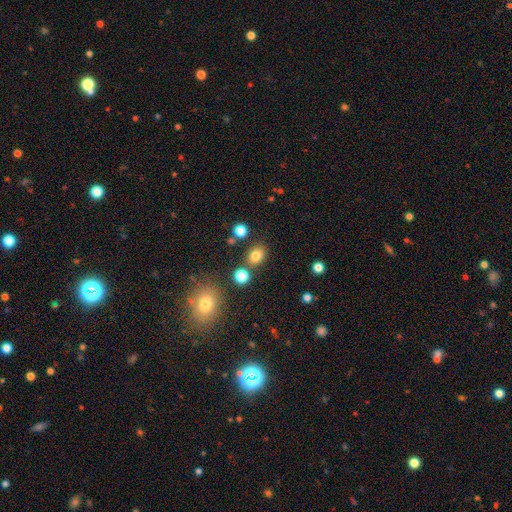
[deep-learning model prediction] Smooth or featured? Predicted: smooth (p=0.80). How rounded? Predicted: in between (p=0.54). Merging? Predicted: none (p=0.76).